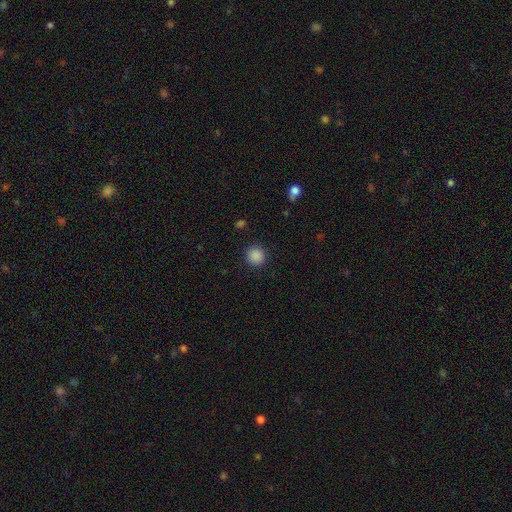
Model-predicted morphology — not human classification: A smooth galaxy with no disk features (88%) that is round (92%). Merging: none (91%).